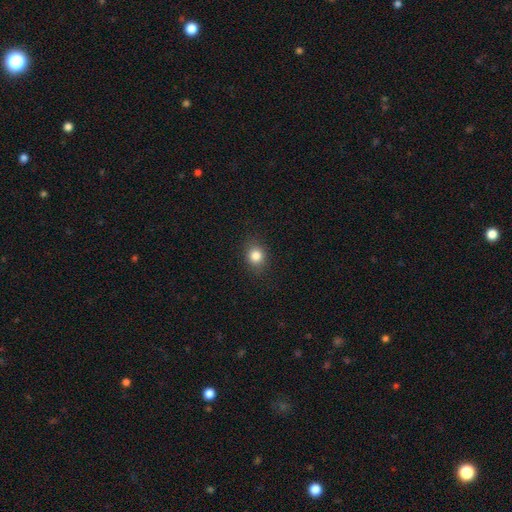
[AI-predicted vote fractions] smooth_or_featured: smooth (p=0.83) [alt: star or artifact p=0.11]
how_rounded: round (p=0.68) [alt: in between p=0.31]
merging: none (p=0.86) [alt: minor disturbance p=0.10]